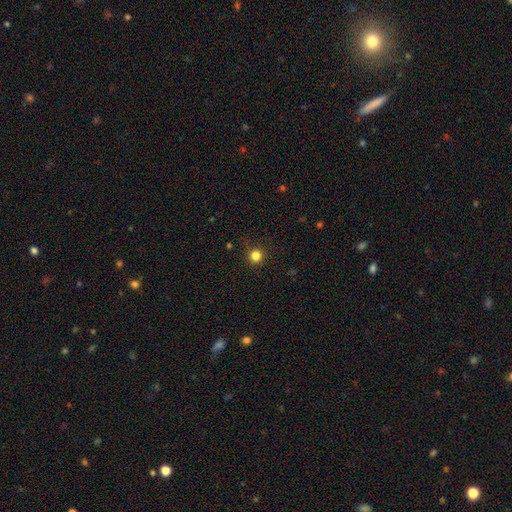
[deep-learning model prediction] Smooth or featured: smooth — 82% (star or artifact — 14%)
How rounded: round — 95% (in between — 4%)
Merging: none — 89% (minor disturbance — 8%)